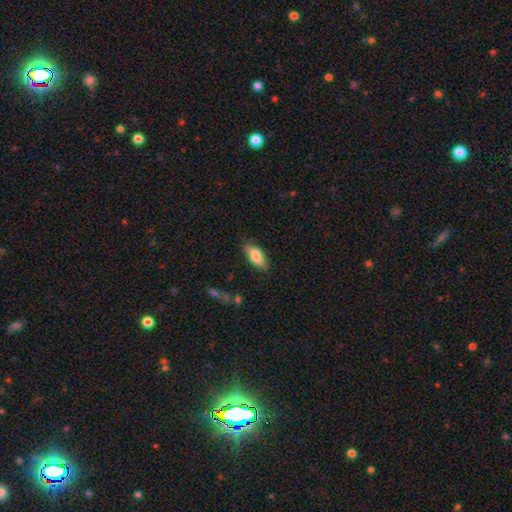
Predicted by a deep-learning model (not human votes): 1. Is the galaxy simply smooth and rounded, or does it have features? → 84% smooth, 10% featured or disk, 6% star or artifact.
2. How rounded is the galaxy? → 86% in between, 11% cigar-shaped, 2% round.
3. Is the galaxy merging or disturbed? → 81% none, 15% minor disturbance, 3% major disturbance, 1% merger.